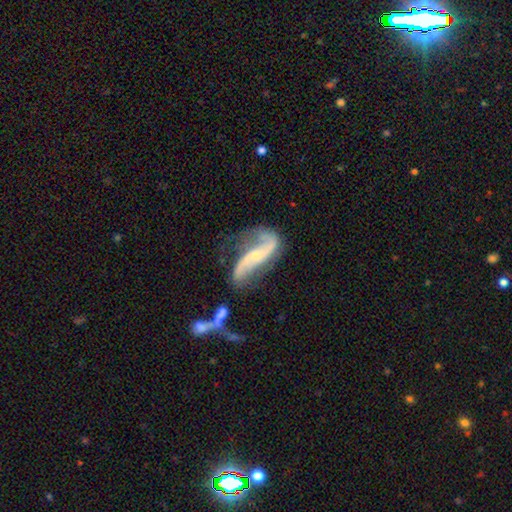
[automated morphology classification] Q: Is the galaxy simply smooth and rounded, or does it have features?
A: featured or disk — 83%.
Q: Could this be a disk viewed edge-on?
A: no — 91%.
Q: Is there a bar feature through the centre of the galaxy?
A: no — 48%.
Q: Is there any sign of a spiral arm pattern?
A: yes — 93%.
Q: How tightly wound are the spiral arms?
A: loose — 75%.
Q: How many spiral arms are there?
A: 2 — 87%.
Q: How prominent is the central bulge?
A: small — 67%.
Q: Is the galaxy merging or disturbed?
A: none — 45%.